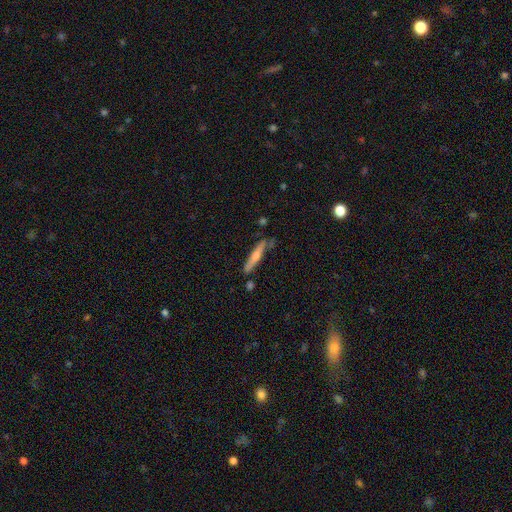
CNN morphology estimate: The model was most divided on "smooth or featured": featured or disk: 47%, smooth: 46%, star or artifact: 7%. More confident: merging — none (75%).